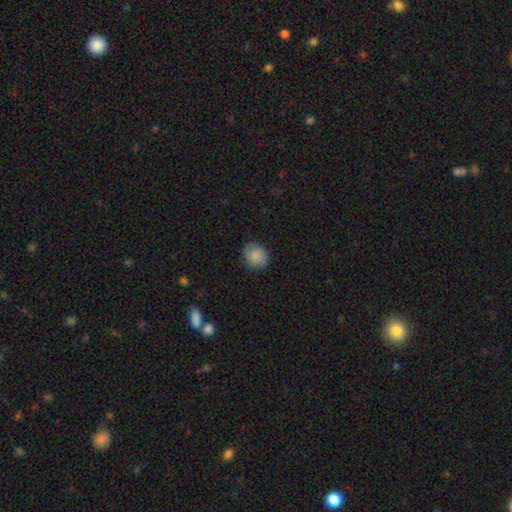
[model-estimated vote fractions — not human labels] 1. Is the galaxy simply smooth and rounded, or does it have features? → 87% smooth, 8% star or artifact, 5% featured or disk.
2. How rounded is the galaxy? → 76% round, 23% in between, 1% cigar-shaped.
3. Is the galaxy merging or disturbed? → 84% none, 13% minor disturbance, 3% major disturbance, 1% merger.